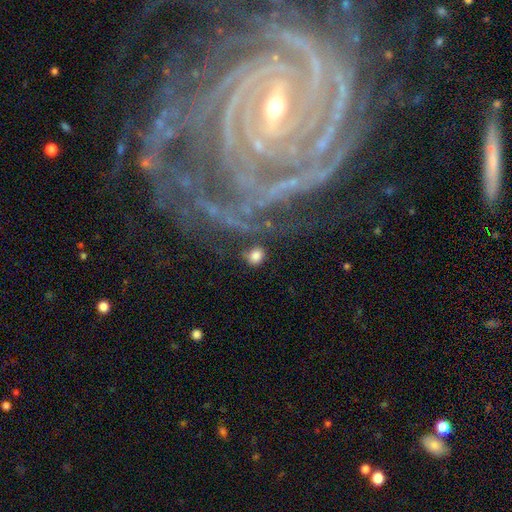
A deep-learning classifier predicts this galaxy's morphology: Overall: smooth (76%). How rounded: round (65%; in between 33%). Merging: none (71%).